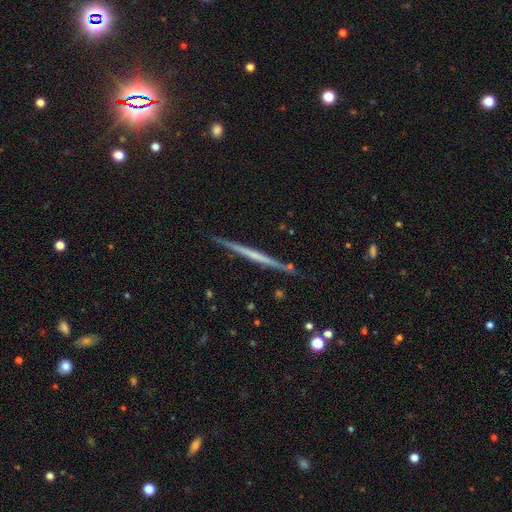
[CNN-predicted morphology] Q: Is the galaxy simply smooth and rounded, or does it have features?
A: featured or disk — 66%.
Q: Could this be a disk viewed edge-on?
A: yes — 98%.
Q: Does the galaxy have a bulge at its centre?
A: none — 82%.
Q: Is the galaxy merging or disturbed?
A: none — 87%.